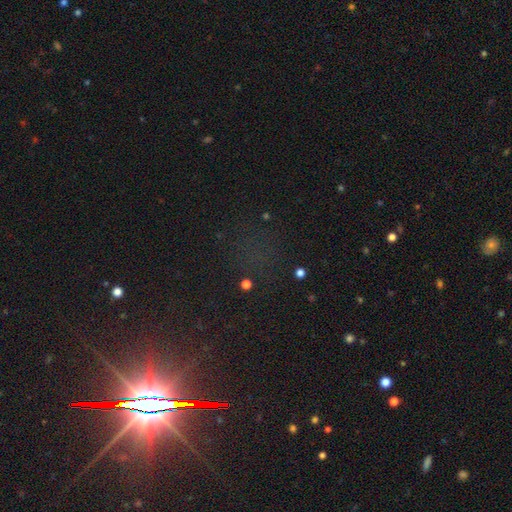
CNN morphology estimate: Smooth or featured? star or artifact (78%)